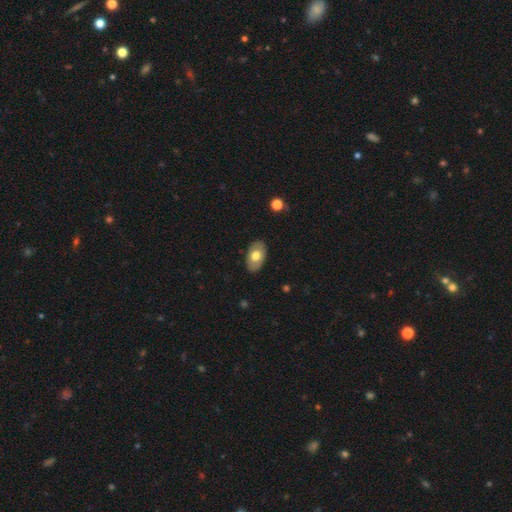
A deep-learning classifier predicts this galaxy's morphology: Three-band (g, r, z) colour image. It shows a smooth galaxy with no disk features (64%) that is in between round and cigar-shaped (92%). Merging: none (86%).